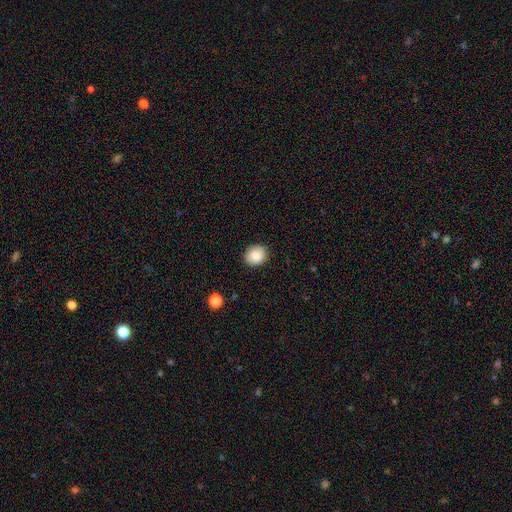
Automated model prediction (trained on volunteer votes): This appears to be a smooth galaxy with no disk features (85%) that is round (68%). Merging: none (89%).